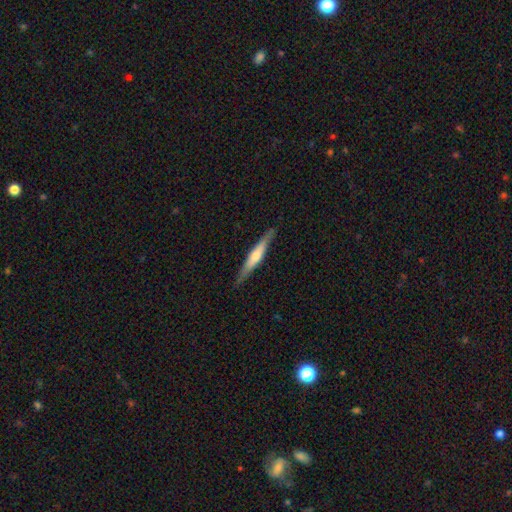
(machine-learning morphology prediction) Overall: featured or disk (58%; smooth 37%). Edge-on disk: yes (96%). Edge-on bulge: rounded (72%). Merging: none (88%).